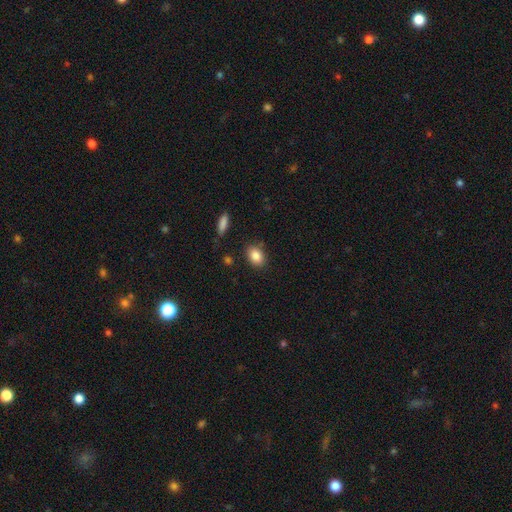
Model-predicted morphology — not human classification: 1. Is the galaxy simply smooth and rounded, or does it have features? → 86% smooth, 8% star or artifact, 6% featured or disk.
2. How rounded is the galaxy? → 79% in between, 20% round, 2% cigar-shaped.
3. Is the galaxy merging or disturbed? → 82% none, 12% minor disturbance, 3% major disturbance, 3% merger.